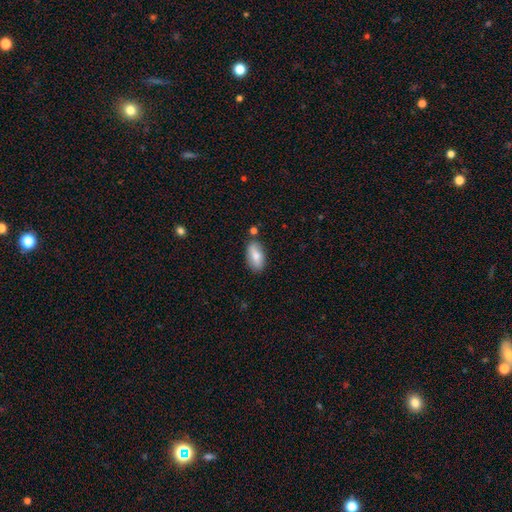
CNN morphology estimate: Q: Smooth or featured?
A: smooth (75%); runner-up: featured or disk (18%)
Q: How rounded?
A: in between (89%); runner-up: cigar-shaped (8%)
Q: Merging?
A: none (80%); runner-up: minor disturbance (13%)